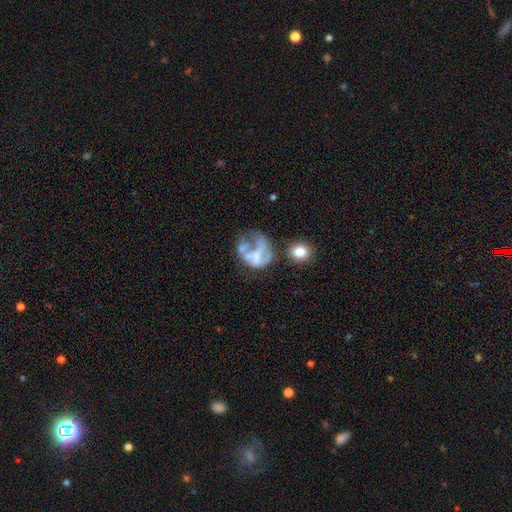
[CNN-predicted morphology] This appears to be a featured or disk galaxy (56%) with no bar (79%), no spiral arms (83%) and no central bulge (65%). Merging: major disturbance (42%).